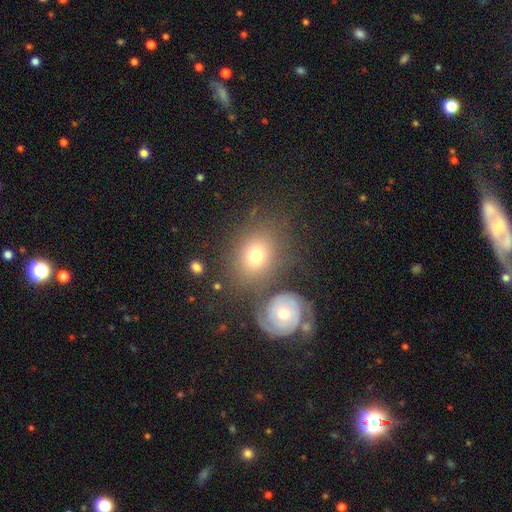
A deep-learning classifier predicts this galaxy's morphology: The model was most divided on "how rounded": round: 55%, in between: 43%, cigar-shaped: 1%. More confident: smooth or featured — smooth (66%); merging — none (61%).